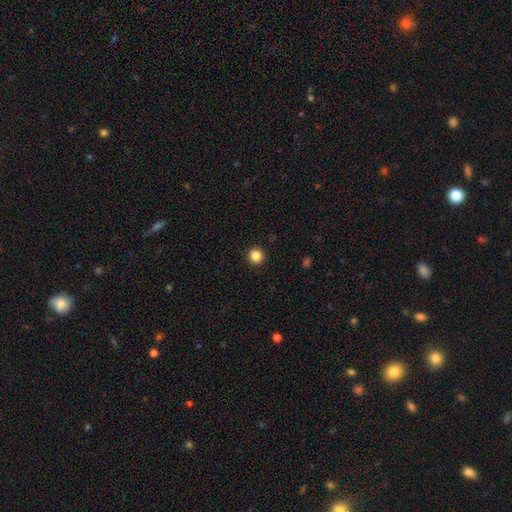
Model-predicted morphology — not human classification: smooth-or-featured: smooth: 86% | star or artifact: 11% | featured or disk: 3%
  how-rounded: round: 95% | in between: 4% | cigar-shaped: 1%
  merging: none: 93% | minor disturbance: 4% | major disturbance: 2% | merger: 1%